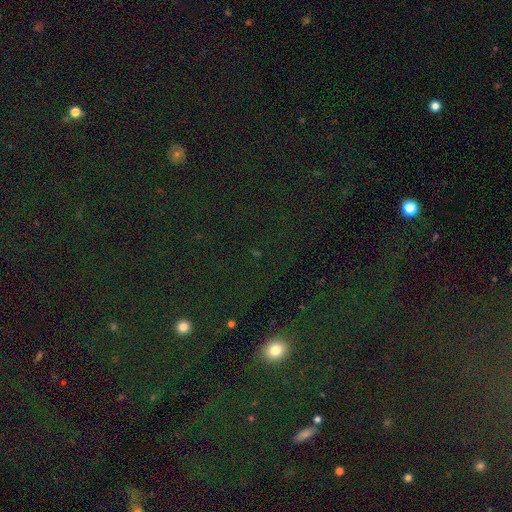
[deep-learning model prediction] smooth_or_featured: star or artifact (p=0.72) [alt: smooth p=0.20]